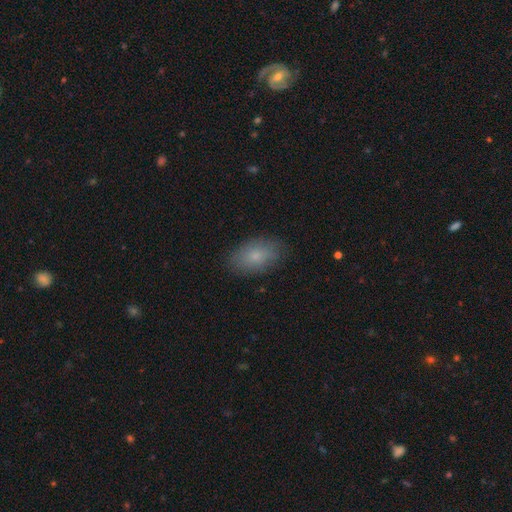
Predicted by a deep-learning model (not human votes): Morphology: type=smooth (78%); roundness=in between (90%); merging=none (83%).